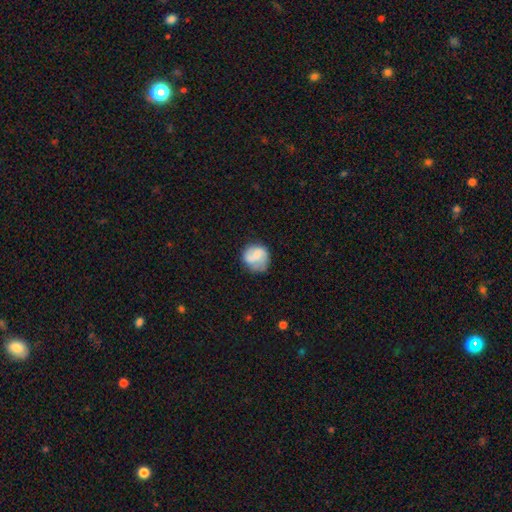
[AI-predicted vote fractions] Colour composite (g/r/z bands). It shows a smooth galaxy with no disk features (54%) that is round (81%). Merging: none (58%).